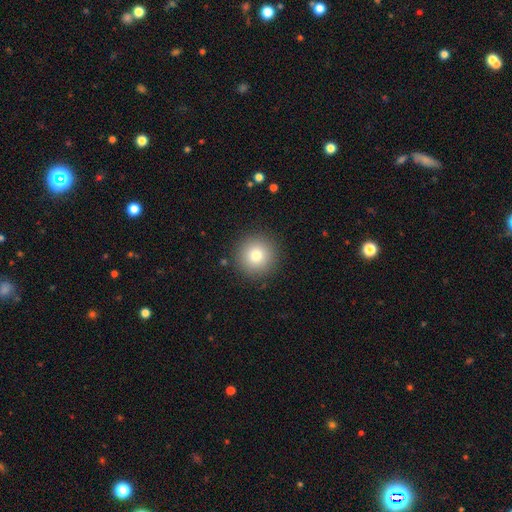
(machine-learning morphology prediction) smooth_or_featured: smooth (p=0.78) [alt: star or artifact p=0.12]
how_rounded: round (p=0.96) [alt: in between p=0.03]
merging: none (p=0.91) [alt: minor disturbance p=0.05]